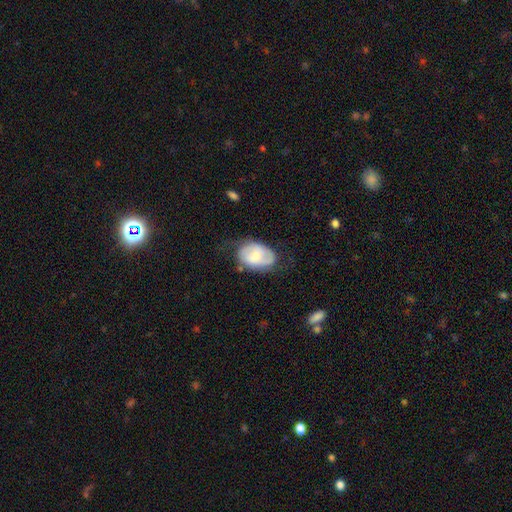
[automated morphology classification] Smooth or featured? smooth (49%)
Merging? none (57%)